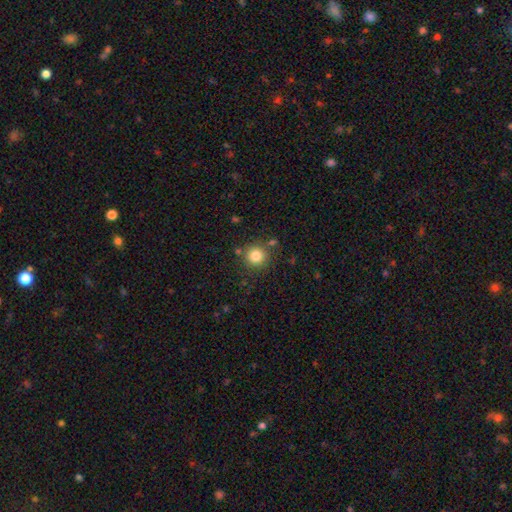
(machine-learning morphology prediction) type=smooth (82%); roundness=round (94%); merging=none (82%).